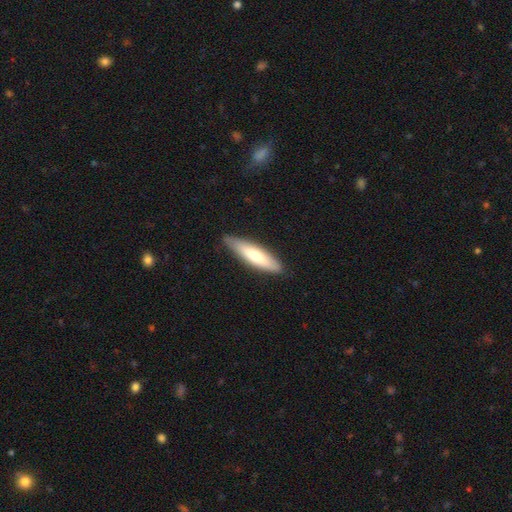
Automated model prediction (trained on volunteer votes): Smooth or featured?
  - smooth: 68% *
  - featured or disk: 27%
  - star or artifact: 5%
How rounded?
  - cigar-shaped: 70% *
  - in between: 29%
  - round: 1%
Merging?
  - none: 82% *
  - minor disturbance: 15%
  - major disturbance: 2%
  - merger: 1%